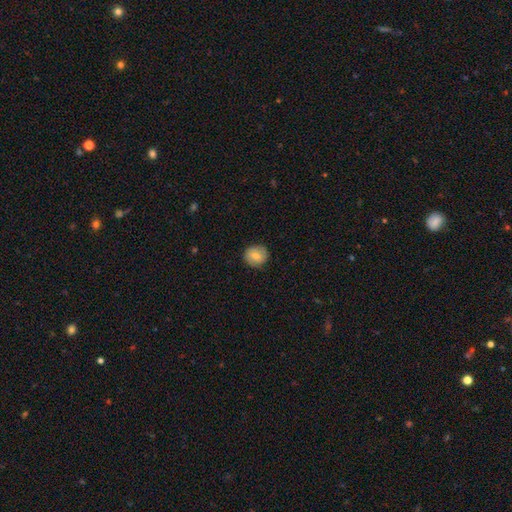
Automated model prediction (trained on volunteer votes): Q: Smooth or featured?
A: smooth (75%); runner-up: featured or disk (17%)
Q: How rounded?
A: round (86%); runner-up: in between (13%)
Q: Merging?
A: none (87%); runner-up: minor disturbance (10%)